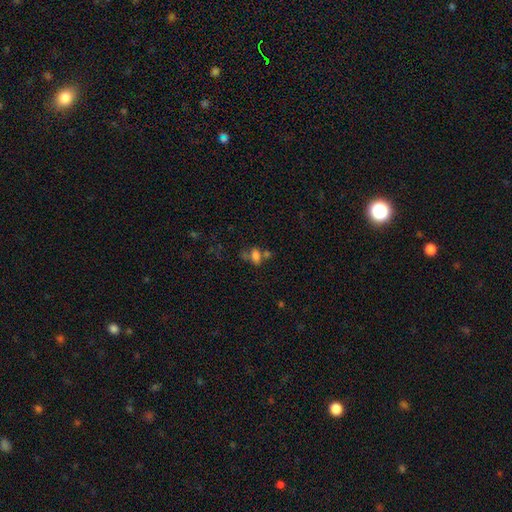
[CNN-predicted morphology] Smooth or featured?
  - smooth: 69% *
  - star or artifact: 17%
  - featured or disk: 14%
How rounded?
  - in between: 78% *
  - round: 18%
  - cigar-shaped: 4%
Merging?
  - merger: 37% *
  - none: 36%
  - minor disturbance: 16%
  - major disturbance: 12%